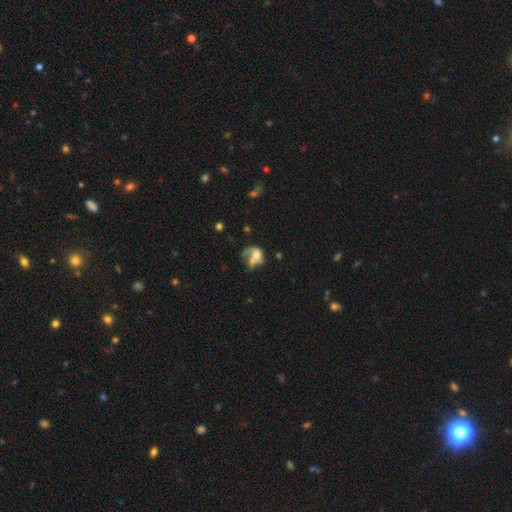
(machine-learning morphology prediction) smooth-or-featured: smooth: 48% | featured or disk: 40% | star or artifact: 12%
  merging: major disturbance: 37% | merger: 28% | none: 20% | minor disturbance: 15%